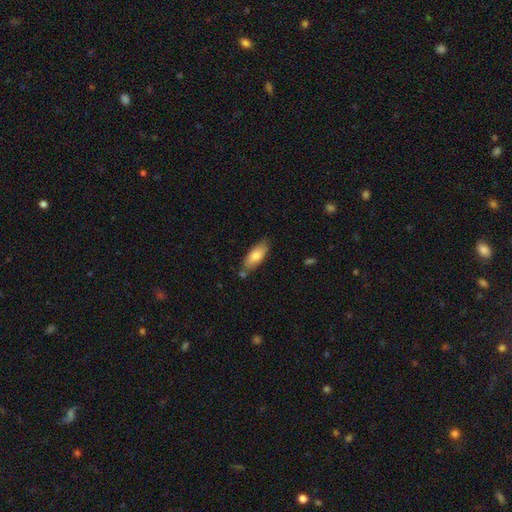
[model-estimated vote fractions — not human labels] smooth_or_featured: smooth (p=0.77) [alt: featured or disk p=0.17]
how_rounded: in between (p=0.76) [alt: cigar-shaped p=0.22]
merging: none (p=0.72) [alt: minor disturbance p=0.17]